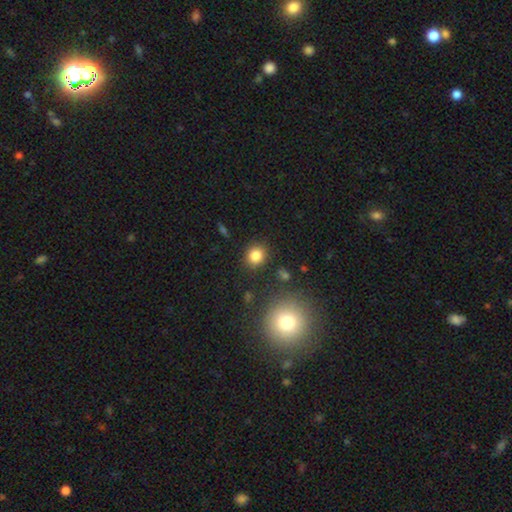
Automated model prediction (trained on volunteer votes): A smooth galaxy with no disk features (83%) that is round (80%). Merging: none (87%).